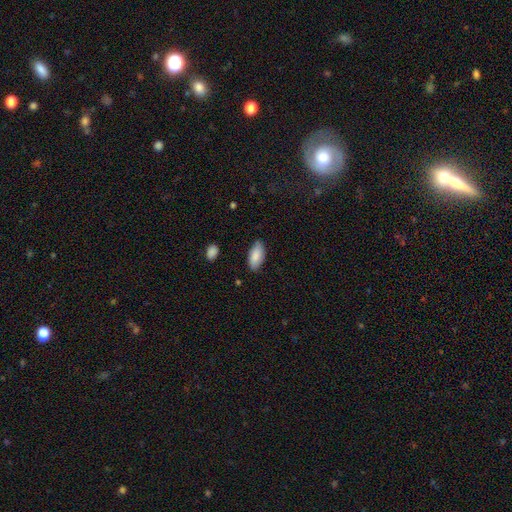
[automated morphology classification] smooth_or_featured: smooth (p=0.86) [alt: featured or disk p=0.08]
how_rounded: in between (p=0.90) [alt: cigar-shaped p=0.08]
merging: none (p=0.83) [alt: minor disturbance p=0.13]